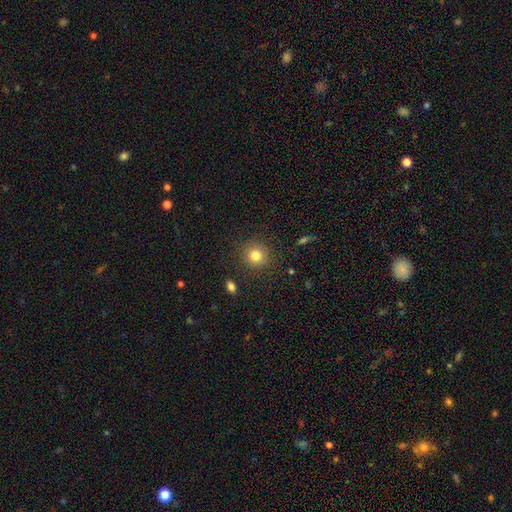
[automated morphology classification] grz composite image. It shows a smooth galaxy with no disk features (81%) that is round (92%). Merging: none (89%).